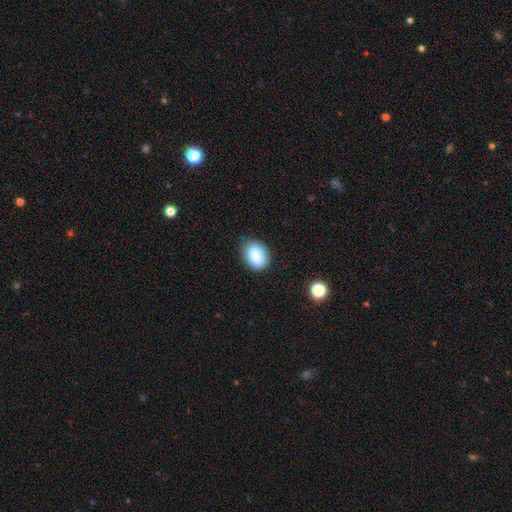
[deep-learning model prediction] Smooth or featured? smooth (84%)
How rounded? in between (76%)
Merging? none (80%)